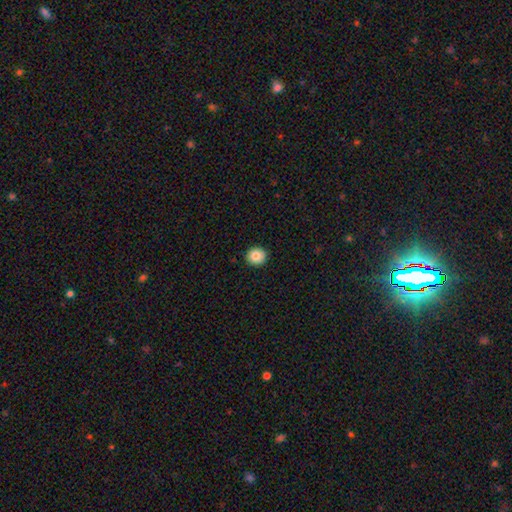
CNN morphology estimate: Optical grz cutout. It shows a smooth galaxy with no disk features (85%) that is round (89%). Merging: none (92%).